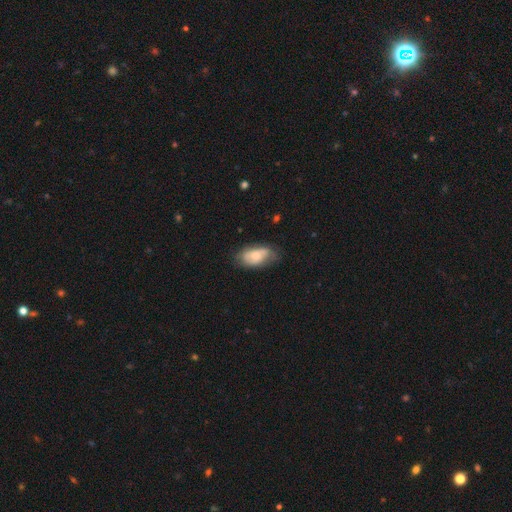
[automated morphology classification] A smooth galaxy with no disk features (61%) that is in between round and cigar-shaped (92%). Merging: none (62%).